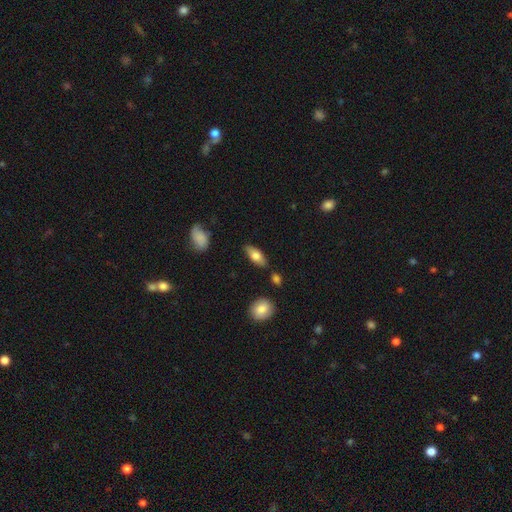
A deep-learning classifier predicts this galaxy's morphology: Overall: smooth (72%). How rounded: in between (81%). Merging: none (80%).